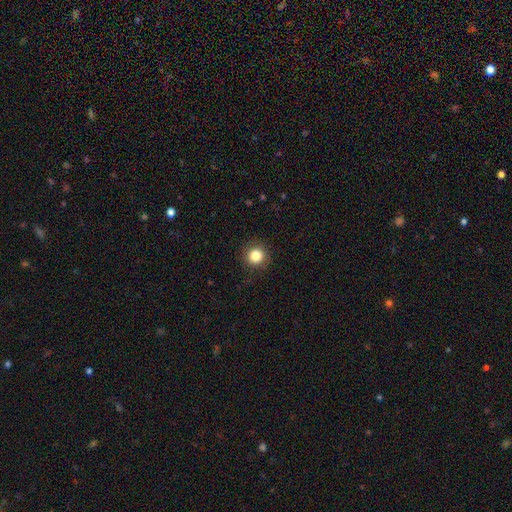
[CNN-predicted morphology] smooth-or-featured: smooth: 84% | star or artifact: 11% | featured or disk: 5%
  how-rounded: round: 94% | in between: 5% | cigar-shaped: 1%
  merging: none: 90% | minor disturbance: 6% | major disturbance: 2% | merger: 1%